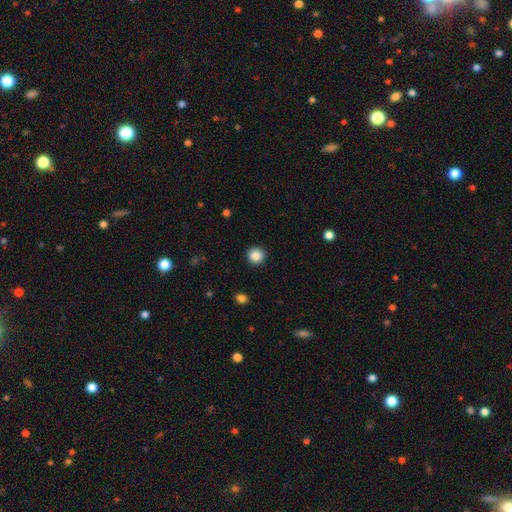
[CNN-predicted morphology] Smooth or featured? Predicted: smooth (p=0.87). How rounded? Predicted: round (p=0.94). Merging? Predicted: none (p=0.92).